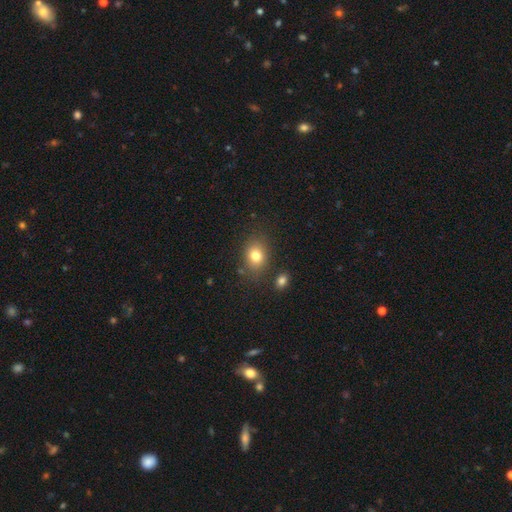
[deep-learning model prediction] Overall: smooth (79%). How rounded: in between (55%; round 44%). Merging: none (78%).